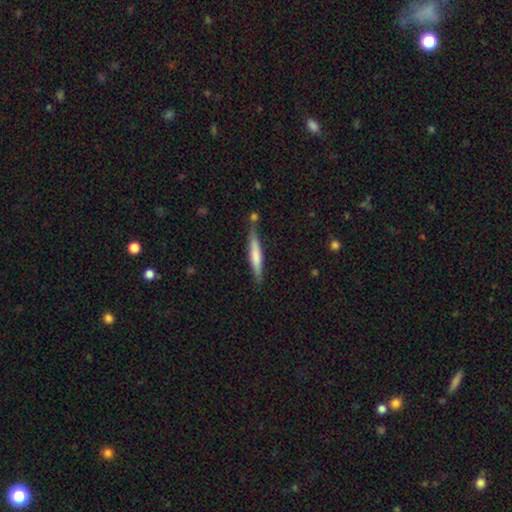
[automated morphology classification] Smooth or featured: smooth — 62% (featured or disk — 33%)
How rounded: cigar-shaped — 93% (in between — 6%)
Merging: none — 72% (minor disturbance — 17%)